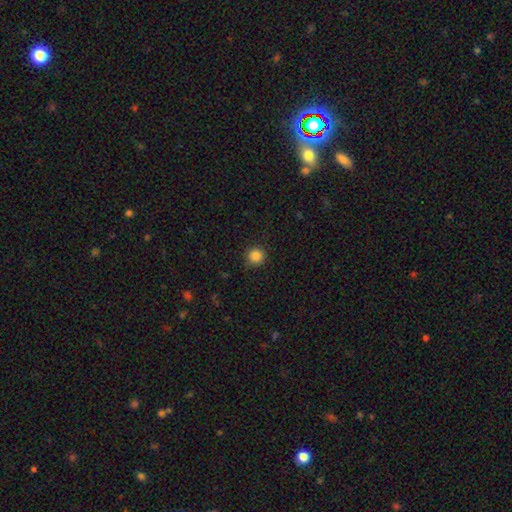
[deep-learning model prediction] Morphology: type=smooth (85%); roundness=round (94%); merging=none (89%).